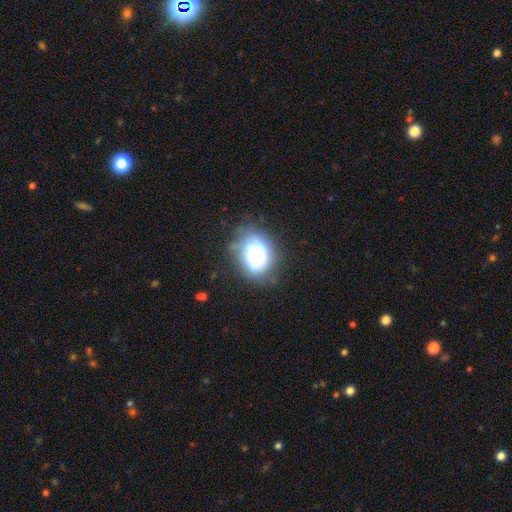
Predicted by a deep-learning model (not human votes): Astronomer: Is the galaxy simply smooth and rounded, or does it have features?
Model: smooth — 63%.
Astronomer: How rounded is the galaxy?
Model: in between — 59% (runner-up: round, 40%).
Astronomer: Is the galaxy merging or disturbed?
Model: none — 56%.